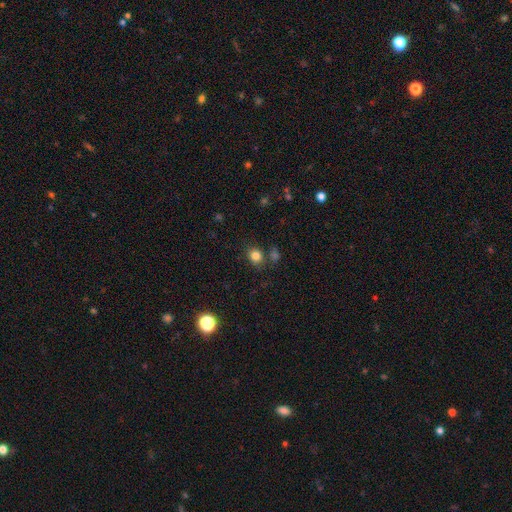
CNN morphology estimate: Smooth or featured? smooth (82%)
How rounded? round (73%)
Merging? none (77%)